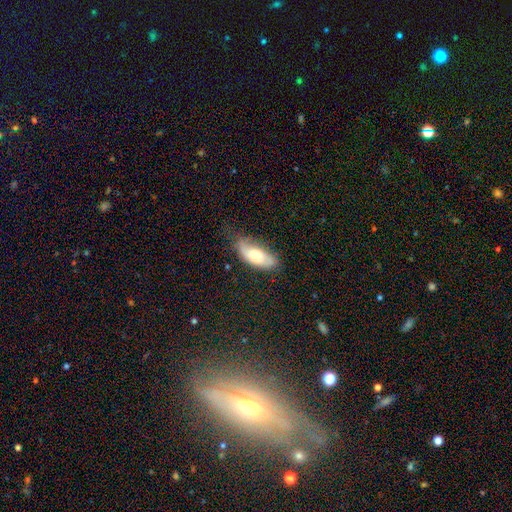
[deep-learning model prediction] Overall: smooth (64%; featured or disk 30%). How rounded: in between (83%). Merging: none (53%; minor disturbance 35%).